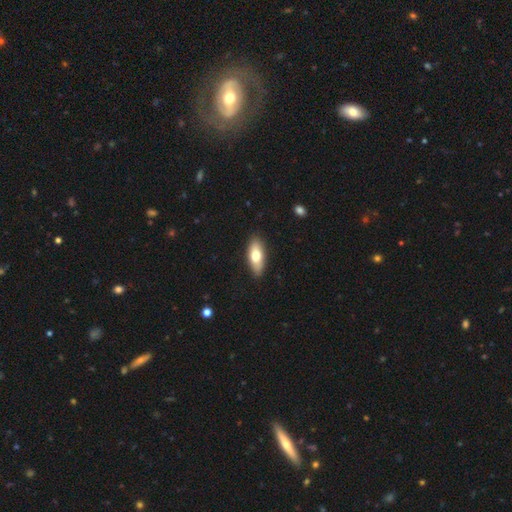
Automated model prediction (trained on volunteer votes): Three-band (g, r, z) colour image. It shows a smooth galaxy with no disk features (69%) that is in between round and cigar-shaped (78%). Merging: none (87%).